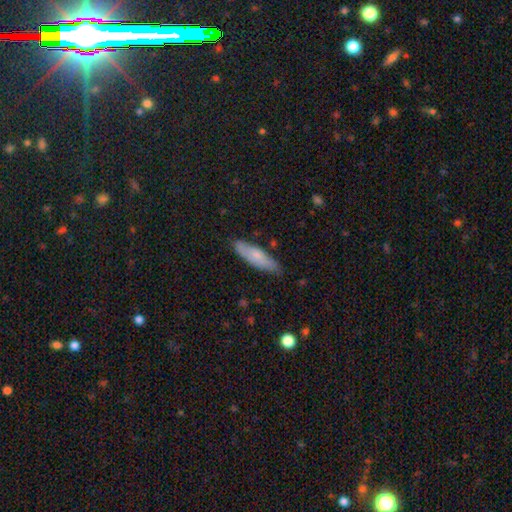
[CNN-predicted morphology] Overall: smooth (69%). How rounded: cigar-shaped (61%; in between 38%). Merging: none (78%).